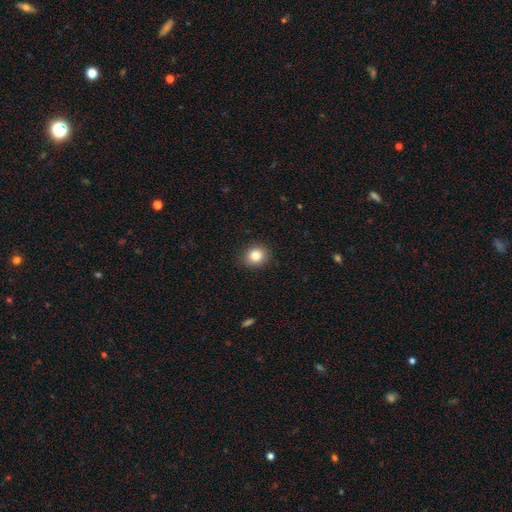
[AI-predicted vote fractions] smooth_or_featured: smooth (p=0.84) [alt: star or artifact p=0.10]
how_rounded: round (p=0.74) [alt: in between p=0.25]
merging: none (p=0.89) [alt: minor disturbance p=0.08]